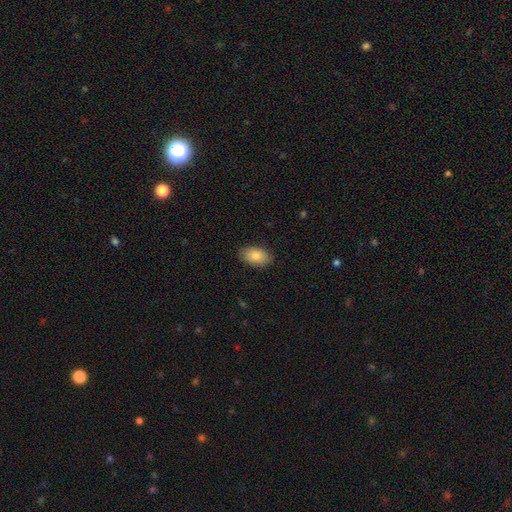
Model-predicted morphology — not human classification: type=smooth (85%); roundness=in between (93%); merging=none (87%).